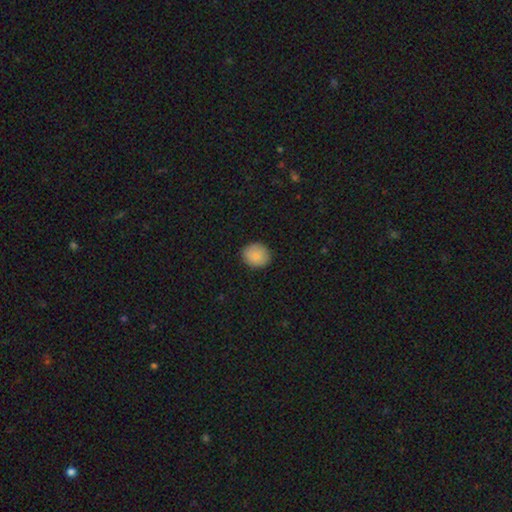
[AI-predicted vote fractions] smooth-or-featured: smooth: 85% | star or artifact: 8% | featured or disk: 7%
  how-rounded: round: 78% | in between: 21% | cigar-shaped: 1%
  merging: none: 87% | minor disturbance: 10% | major disturbance: 2% | merger: 1%